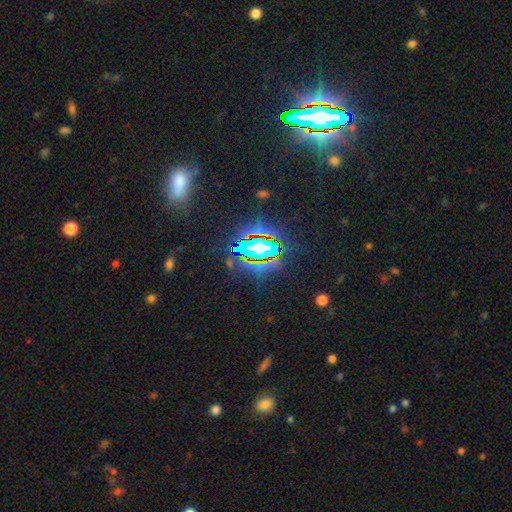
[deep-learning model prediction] smooth_or_featured: star or artifact (p=0.80) [alt: smooth p=0.11]